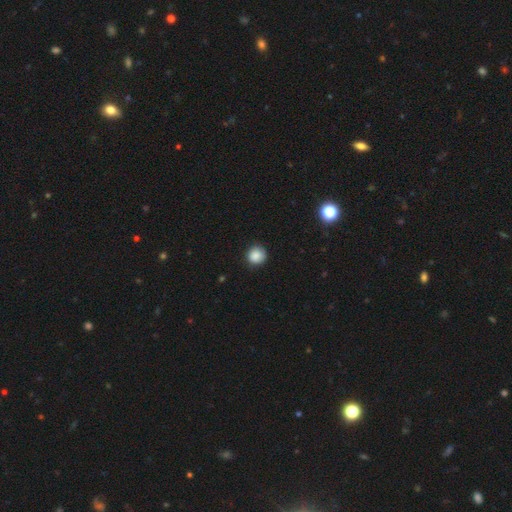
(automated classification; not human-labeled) Smooth or featured: smooth — 87% (star or artifact — 9%)
How rounded: round — 93% (in between — 6%)
Merging: none — 86% (minor disturbance — 11%)